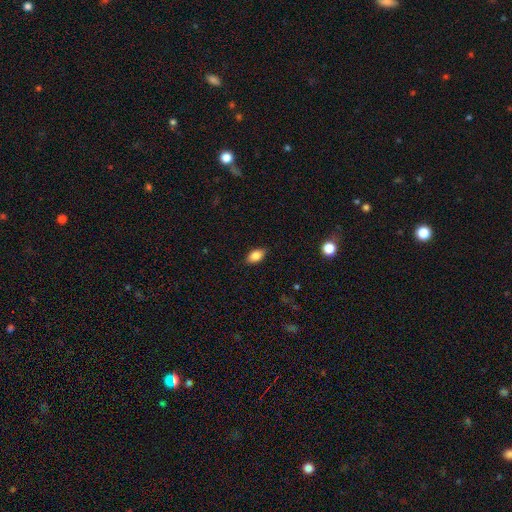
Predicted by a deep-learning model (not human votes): Smooth or featured? Predicted: smooth (p=0.85). How rounded? Predicted: in between (p=0.90). Merging? Predicted: none (p=0.84).